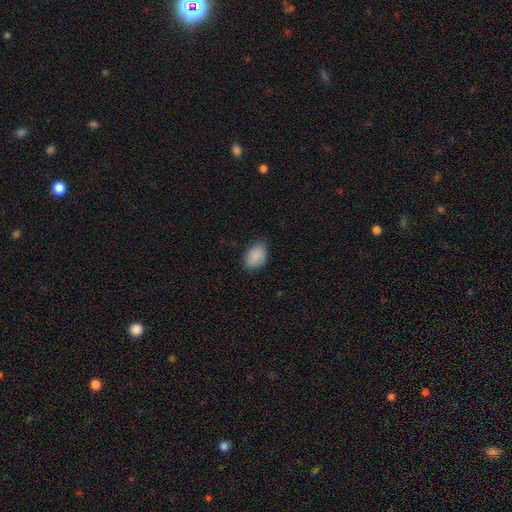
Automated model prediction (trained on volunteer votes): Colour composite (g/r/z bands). It shows a smooth galaxy with no disk features (89%) that is in between round and cigar-shaped (86%). Merging: none (78%).